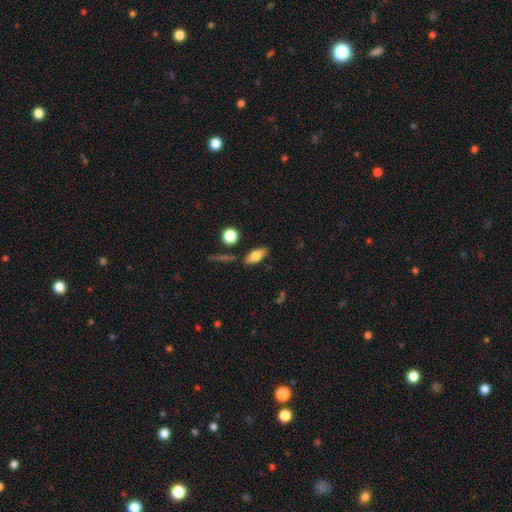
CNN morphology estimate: Smooth or featured?
  - smooth: 74% *
  - featured or disk: 18%
  - star or artifact: 8%
How rounded?
  - in between: 80% *
  - cigar-shaped: 15%
  - round: 5%
Merging?
  - none: 81% *
  - minor disturbance: 11%
  - merger: 5%
  - major disturbance: 3%